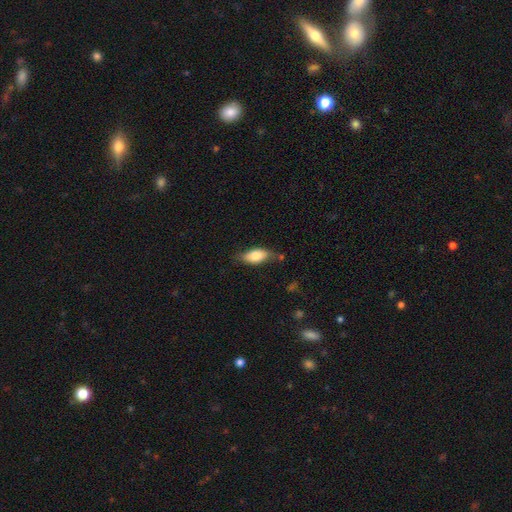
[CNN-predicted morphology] smooth-or-featured: smooth: 75% | featured or disk: 18% | star or artifact: 7%
  how-rounded: in between: 84% | cigar-shaped: 13% | round: 3%
  merging: none: 67% | minor disturbance: 24% | major disturbance: 5% | merger: 4%